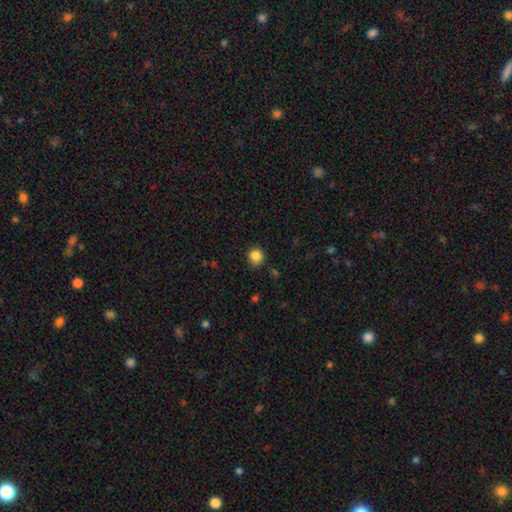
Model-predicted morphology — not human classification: Smooth or featured? smooth (86%)
How rounded? round (91%)
Merging? none (86%)